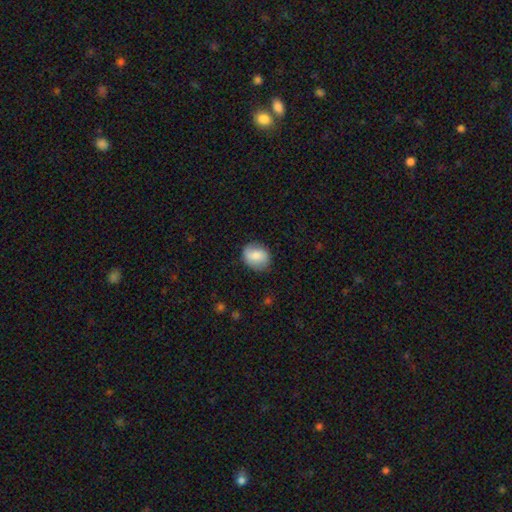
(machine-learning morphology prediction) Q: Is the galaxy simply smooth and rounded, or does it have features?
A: smooth — 71%.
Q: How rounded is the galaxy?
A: round — 52%.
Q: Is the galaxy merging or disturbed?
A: none — 76%.